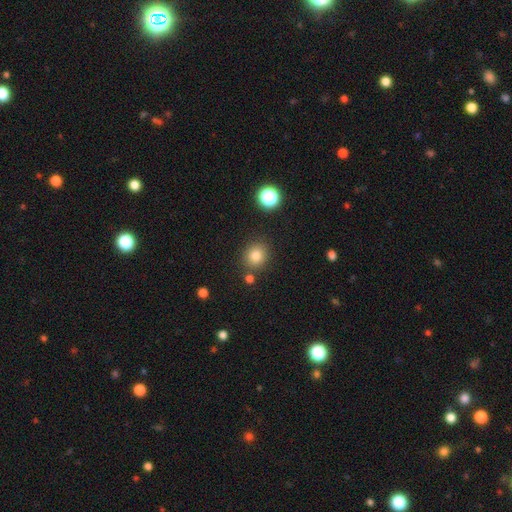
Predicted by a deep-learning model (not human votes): The model was most divided on "how rounded": round: 79%, in between: 20%, cigar-shaped: 1%. More confident: merging — none (83%); smooth or featured — smooth (81%).